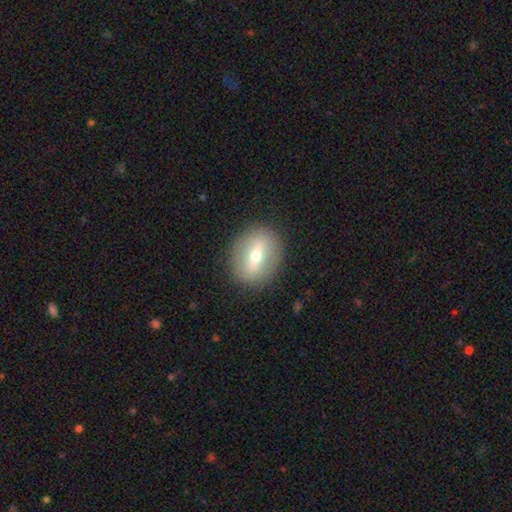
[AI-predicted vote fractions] featured or disk 47%, smooth 45%, star or artifact 8%. Down the decision tree: merging — none (88%).